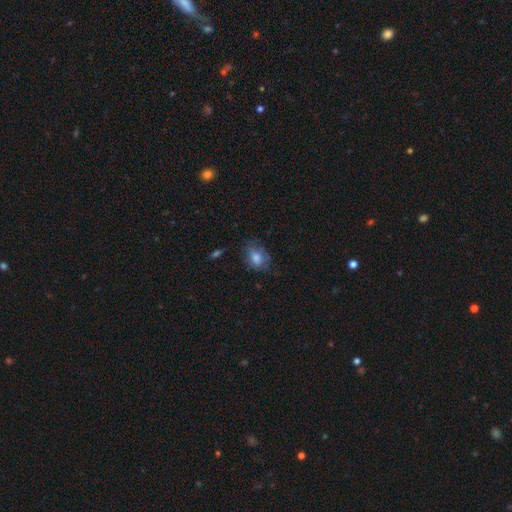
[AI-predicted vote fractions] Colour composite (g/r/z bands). It shows a smooth galaxy with no disk features (68%) that is in between round and cigar-shaped (68%). Merging: none (62%).